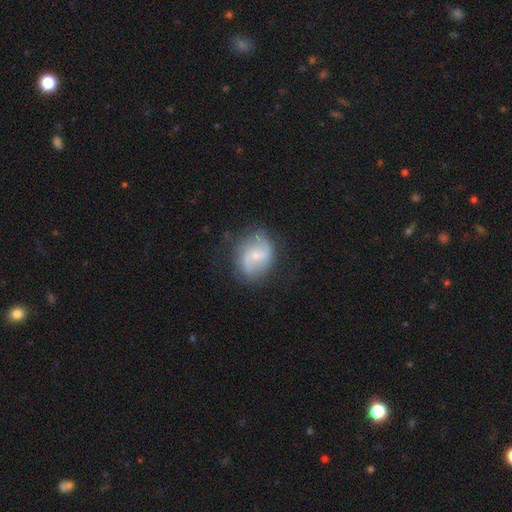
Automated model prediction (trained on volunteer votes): Smooth or featured: featured or disk — 72% (smooth — 21%)
Edge-on disk: no — 97% (yes — 3%)
Bar: weak — 48% (no — 38%)
Spiral arms: yes — 91% (no — 9%)
Spiral winding: loose — 55% (medium — 34%)
Spiral arm count: 2 — 86% (can't tell — 7%)
Bulge size: small — 66% (moderate — 26%)
Merging: none — 72% (minor disturbance — 18%)